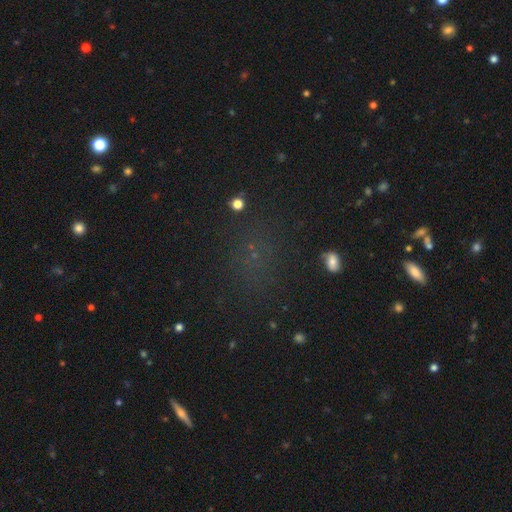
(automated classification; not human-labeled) A star or artifact, not a galaxy (50%).